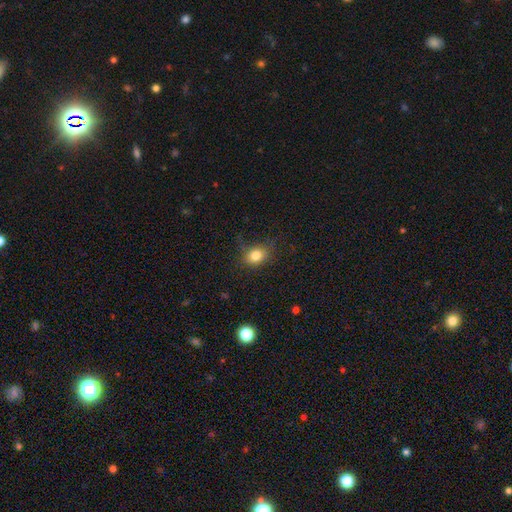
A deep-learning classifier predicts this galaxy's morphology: This appears to be a smooth galaxy with no disk features (81%) that is in between round and cigar-shaped (57%). Merging: none (76%).